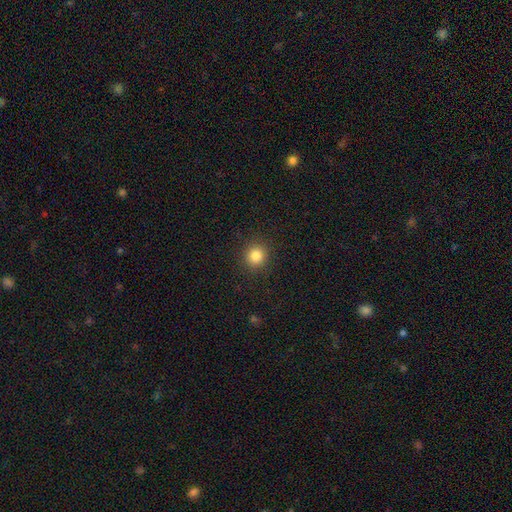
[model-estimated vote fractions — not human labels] smooth 84%, star or artifact 12%, featured or disk 5%. Down the decision tree: how rounded — round (90%); merging — none (91%).